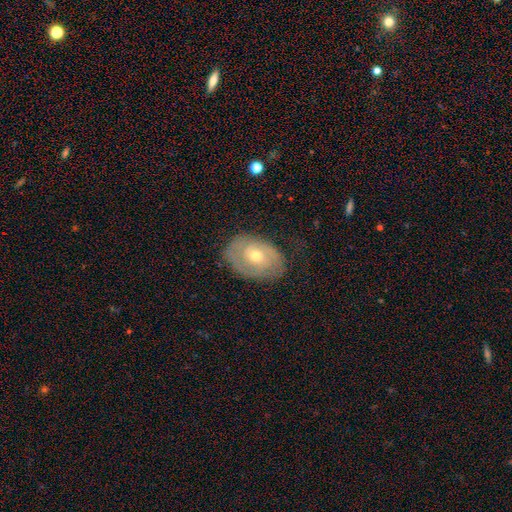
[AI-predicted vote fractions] Morphology: type=featured or disk (63%); edge-on=no (94%); bar=no (74%); spiral arms=yes (63%); bulge=moderate (55%); merging=none (73%).